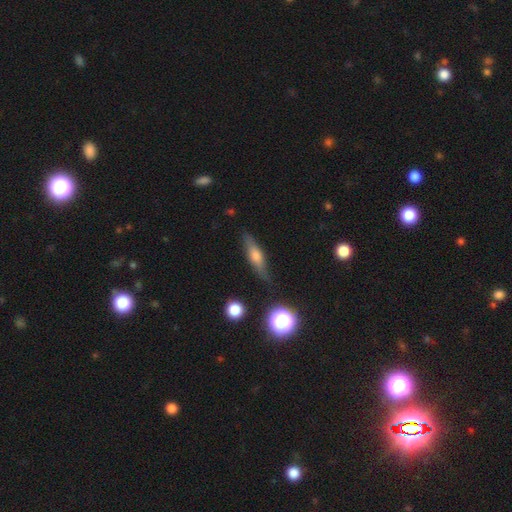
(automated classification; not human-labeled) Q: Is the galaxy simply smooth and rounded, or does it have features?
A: featured or disk — 47%.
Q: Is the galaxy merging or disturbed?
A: none — 83%.